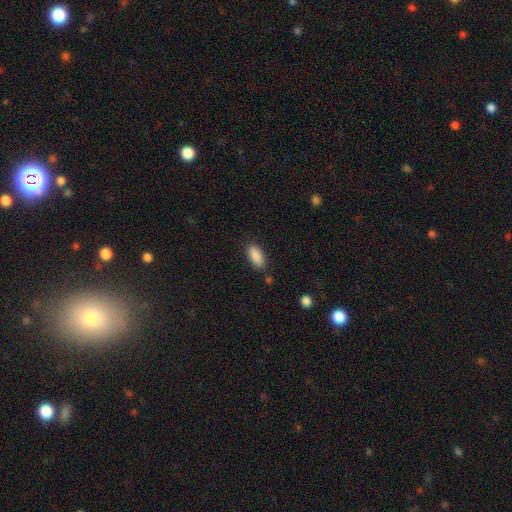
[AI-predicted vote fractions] Overall: smooth (90%). How rounded: in between (89%). Merging: none (84%).